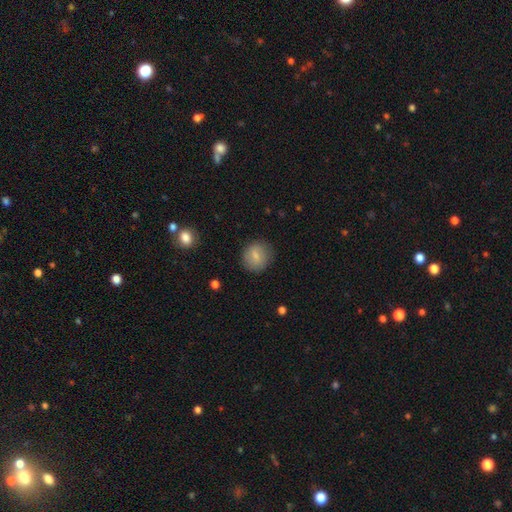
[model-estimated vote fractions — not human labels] smooth-or-featured: smooth: 76% | featured or disk: 16% | star or artifact: 8%
  how-rounded: round: 81% | in between: 17% | cigar-shaped: 1%
  merging: none: 84% | minor disturbance: 11% | major disturbance: 4% | merger: 1%